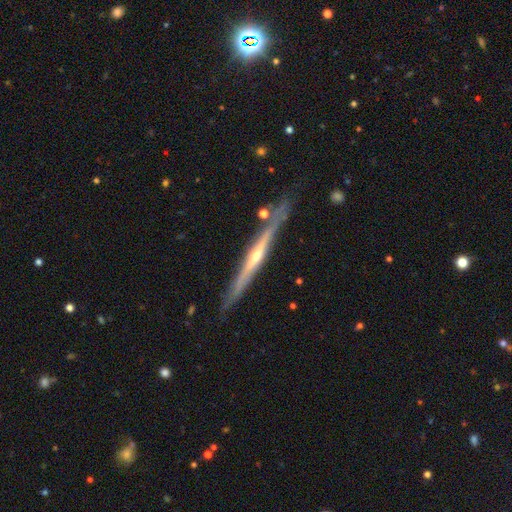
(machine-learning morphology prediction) smooth-or-featured: featured or disk: 80% | smooth: 15% | star or artifact: 5%
  disk-edge-on: yes: 97% | no: 3%
    edge-on-bulge: rounded: 73% | none: 23% | boxy: 4%
  merging: none: 84% | minor disturbance: 11% | merger: 3% | major disturbance: 2%